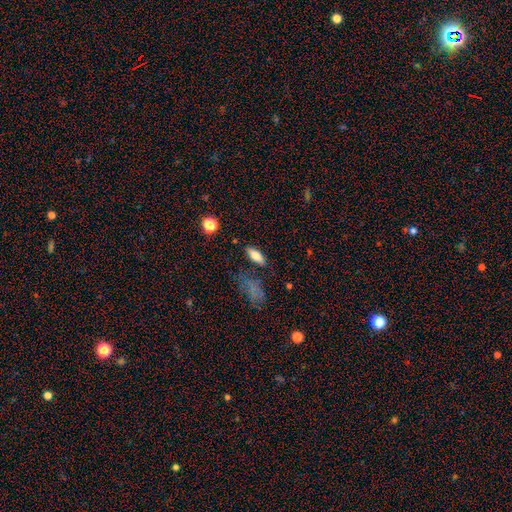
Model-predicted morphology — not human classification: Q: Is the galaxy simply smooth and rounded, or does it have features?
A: smooth — 71%.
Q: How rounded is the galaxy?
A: in between — 71%.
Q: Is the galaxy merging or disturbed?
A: none — 81%.